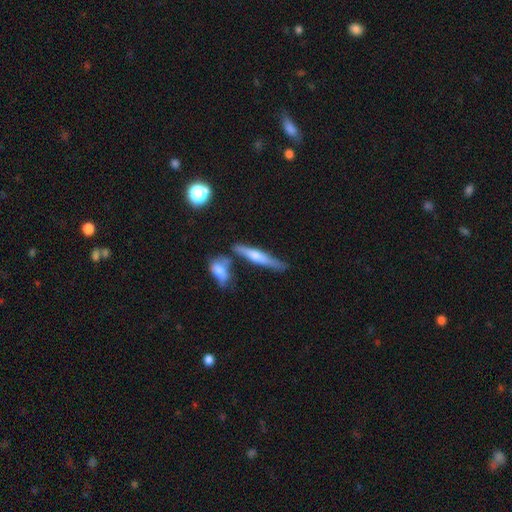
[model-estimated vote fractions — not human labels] This is possibly a featured or disk galaxy (56%). It is clearly viewed edge-on (93%). Edge-on bulge: clearly rounded (80%). Merging: likely none (70%).